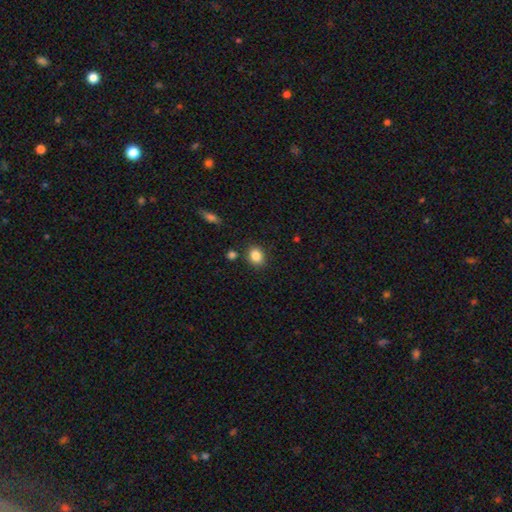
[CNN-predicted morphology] smooth 85%, star or artifact 10%, featured or disk 5%. Down the decision tree: how rounded — round (57%); merging — none (83%).